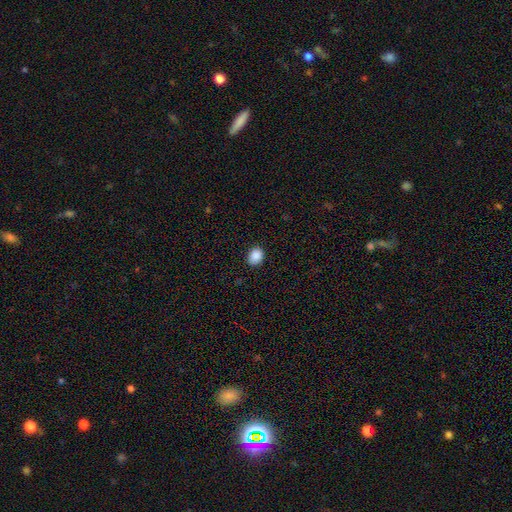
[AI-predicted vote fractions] A smooth galaxy with no disk features (89%) that is in between round and cigar-shaped (57%).

Vote fractions:
- Smooth or featured? smooth: 89% / star or artifact: 9% / featured or disk: 3%
- How rounded? in between: 57% / round: 43% / cigar-shaped: 1%
- Merging? none: 88% / minor disturbance: 9% / major disturbance: 2% / merger: 1%